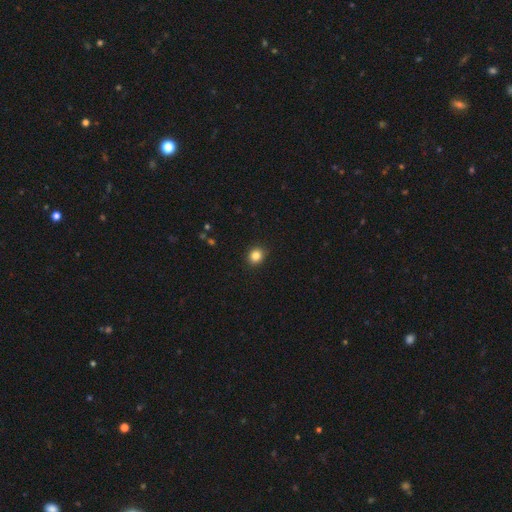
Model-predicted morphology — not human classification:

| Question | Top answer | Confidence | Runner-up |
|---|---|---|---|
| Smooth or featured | smooth | 84% | star or artifact (11%) |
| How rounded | round | 76% | in between (23%) |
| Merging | none | 90% | minor disturbance (7%) |